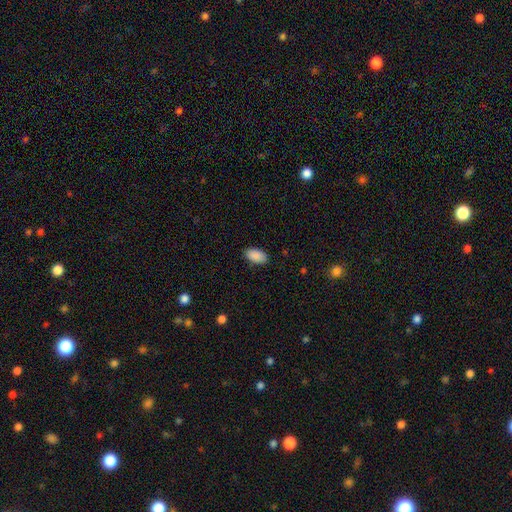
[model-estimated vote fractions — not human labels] Smooth or featured?
  - smooth: 90% *
  - star or artifact: 7%
  - featured or disk: 3%
How rounded?
  - in between: 95% *
  - round: 3%
  - cigar-shaped: 2%
Merging?
  - none: 87% *
  - minor disturbance: 10%
  - major disturbance: 2%
  - merger: 1%